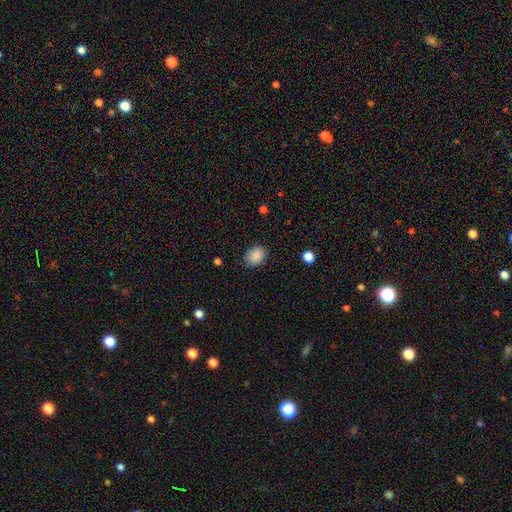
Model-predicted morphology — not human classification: type=smooth (88%); roundness=in between (69%); merging=none (84%).